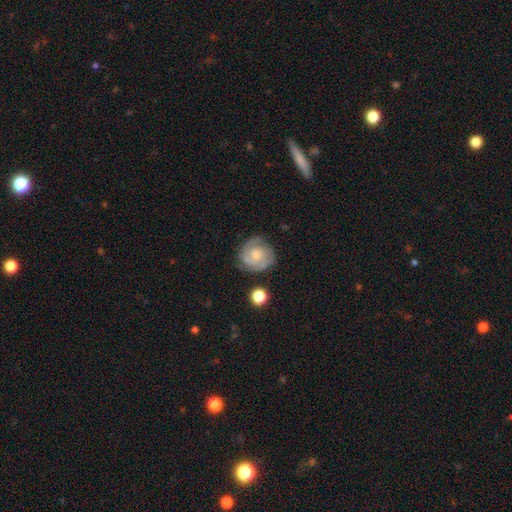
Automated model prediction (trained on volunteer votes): Smooth or featured?
  - featured or disk: 71% *
  - smooth: 23%
  - star or artifact: 6%
Edge-on disk?
  - no: 98% *
  - yes: 2%
Bar?
  - no: 70% *
  - weak: 26%
  - strong: 4%
Spiral arms?
  - yes: 92% *
  - no: 8%
Spiral winding?
  - tight: 61% *
  - medium: 31%
  - loose: 8%
Spiral arm count?
  - 2: 56% *
  - can't tell: 19%
  - 1: 10%
  - 3: 10%
  - 4: 2%
  - more than 4: 2%
Bulge size?
  - small: 39% *
  - moderate: 38%
  - none: 13%
  - large: 8%
  - dominant: 2%
Merging?
  - none: 72% *
  - minor disturbance: 18%
  - major disturbance: 7%
  - merger: 3%